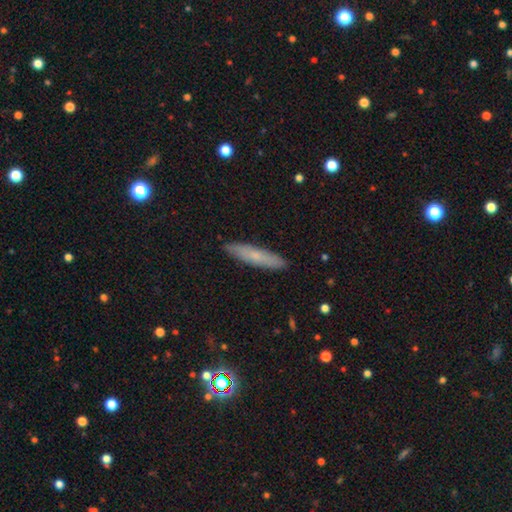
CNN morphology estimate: Smooth or featured?
  - smooth: 62% *
  - featured or disk: 30%
  - star or artifact: 8%
How rounded?
  - cigar-shaped: 86% *
  - in between: 12%
  - round: 2%
Merging?
  - none: 90% *
  - minor disturbance: 7%
  - major disturbance: 1%
  - merger: 1%